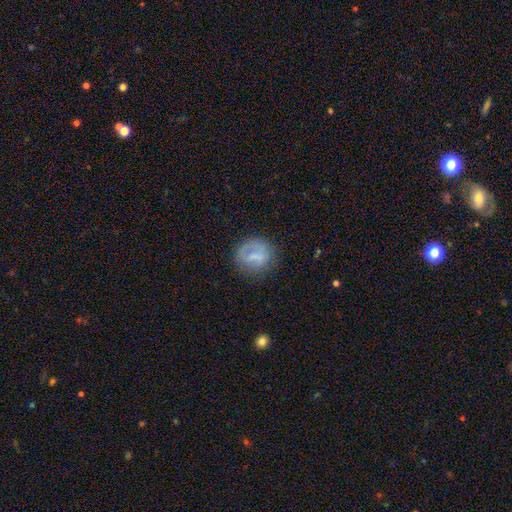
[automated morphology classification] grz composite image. It shows a smooth galaxy with no disk features (59%) that is round (74%). Merging: none (65%).